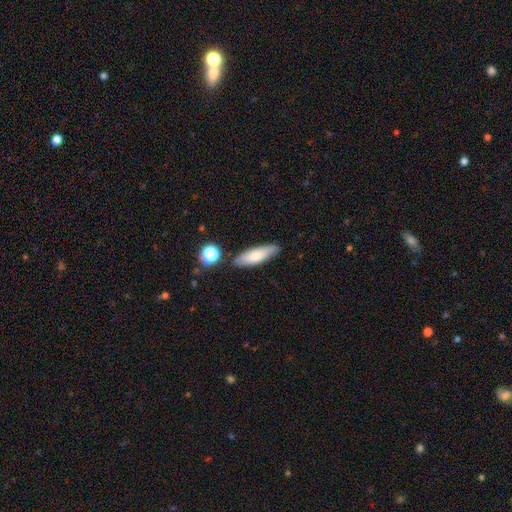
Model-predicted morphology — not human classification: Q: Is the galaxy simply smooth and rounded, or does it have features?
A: smooth — 75%.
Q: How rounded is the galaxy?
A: cigar-shaped — 52%.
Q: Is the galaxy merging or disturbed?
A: none — 78%.